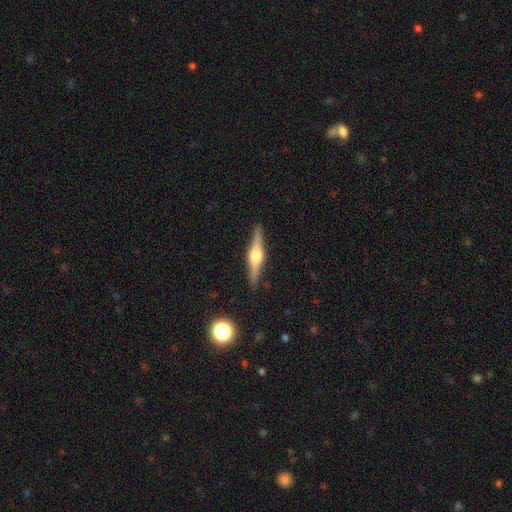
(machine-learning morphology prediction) Q: Smooth or featured?
A: featured or disk (77%); runner-up: smooth (17%)
Q: Edge-on disk?
A: yes (98%); runner-up: no (2%)
Q: Edge-on bulge?
A: rounded (90%); runner-up: boxy (8%)
Q: Merging?
A: none (90%); runner-up: minor disturbance (7%)